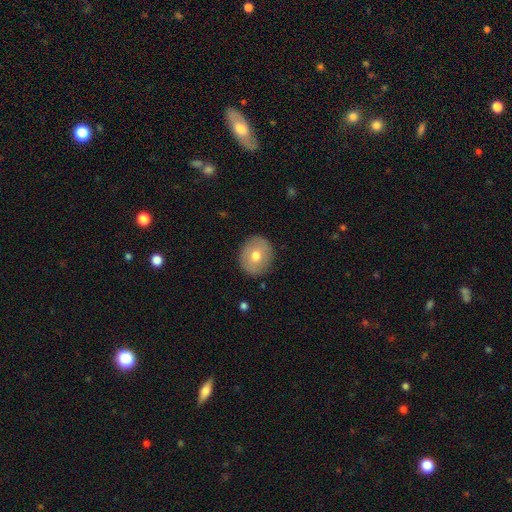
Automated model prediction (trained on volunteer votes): Morphology: type=smooth (69%); roundness=round (82%); merging=none (88%).